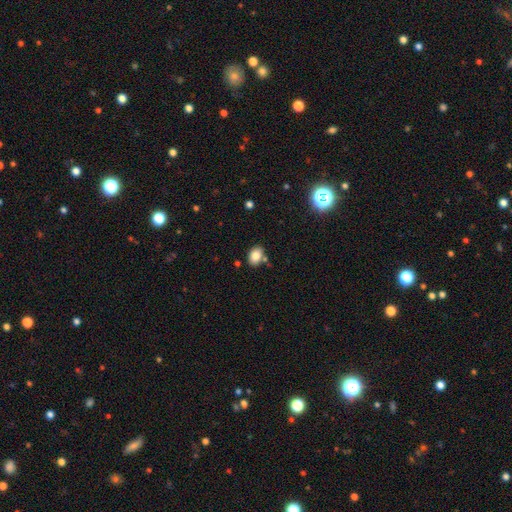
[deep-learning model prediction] Smooth or featured? smooth (83%)
How rounded? in between (78%)
Merging? none (76%)